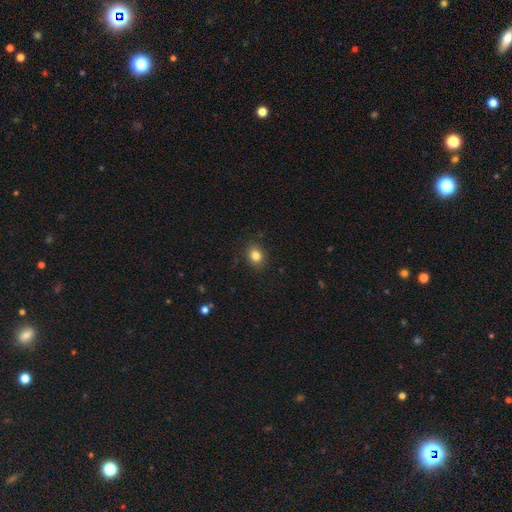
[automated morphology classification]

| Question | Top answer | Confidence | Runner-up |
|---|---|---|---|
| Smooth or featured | smooth | 83% | star or artifact (12%) |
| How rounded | round | 65% | in between (34%) |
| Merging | none | 88% | minor disturbance (8%) |